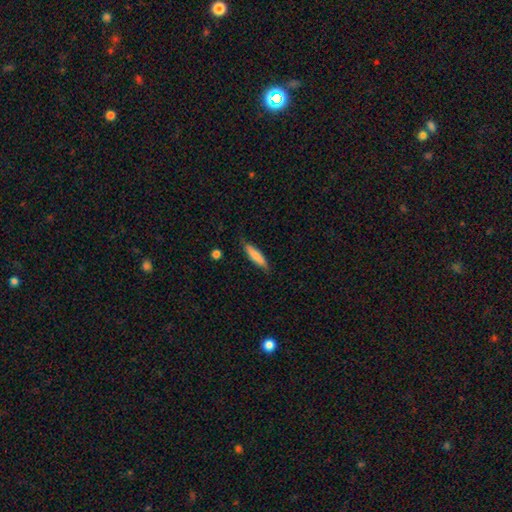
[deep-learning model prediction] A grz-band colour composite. It shows a smooth galaxy with no disk features (80%) that is cigar-shaped (78%). Merging: none (81%).